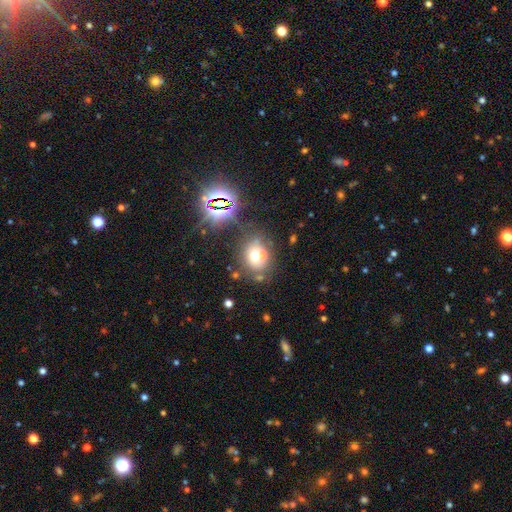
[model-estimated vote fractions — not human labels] Smooth or featured?
  - smooth: 57% *
  - featured or disk: 22%
  - star or artifact: 21%
How rounded?
  - round: 62% *
  - in between: 37%
  - cigar-shaped: 1%
Merging?
  - none: 50% *
  - merger: 29%
  - minor disturbance: 14%
  - major disturbance: 7%